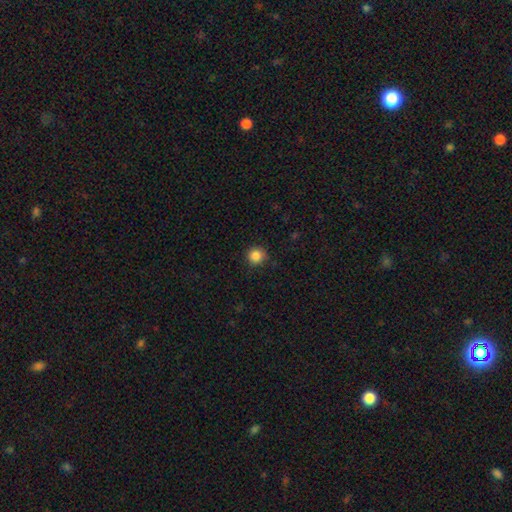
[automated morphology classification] Q: Smooth or featured?
A: smooth (86%); runner-up: star or artifact (11%)
Q: How rounded?
A: round (94%); runner-up: in between (5%)
Q: Merging?
A: none (86%); runner-up: minor disturbance (10%)